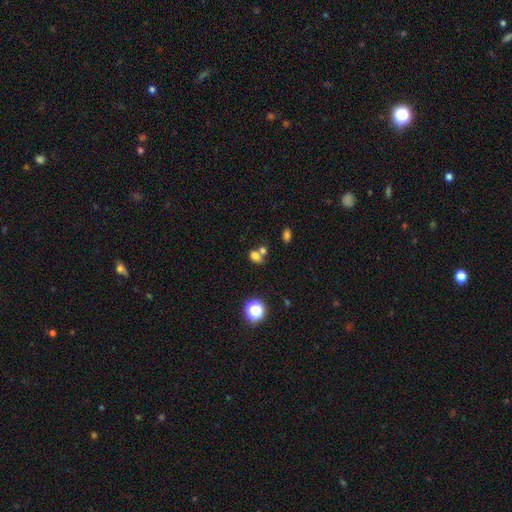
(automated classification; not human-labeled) This appears to be a smooth galaxy with no disk features (71%) that is in between round and cigar-shaped (59%). Merging: merger (43%).